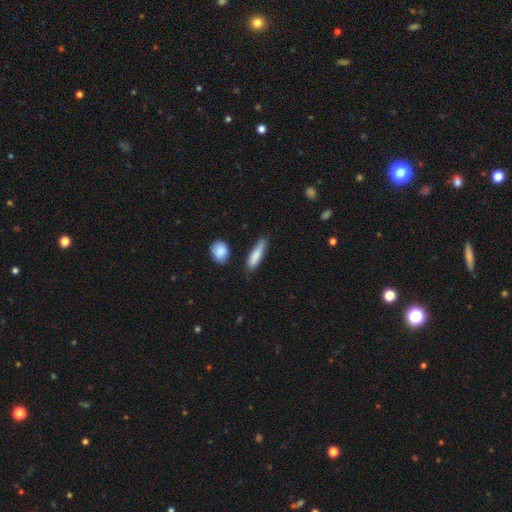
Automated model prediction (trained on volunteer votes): Smooth or featured? smooth (81%)
How rounded? cigar-shaped (74%)
Merging? none (72%)